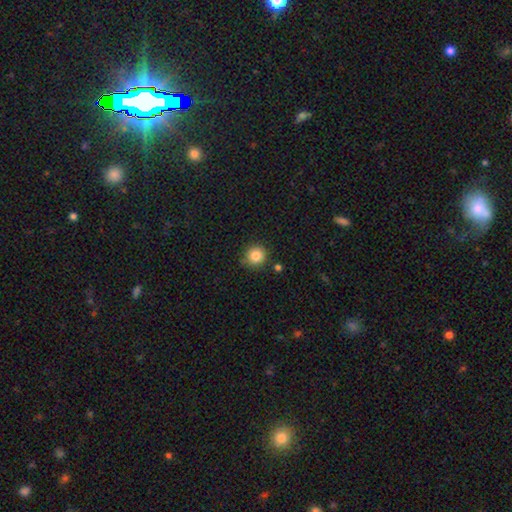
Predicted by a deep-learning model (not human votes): A smooth galaxy with no disk features (85%) that is round (93%).

Vote fractions:
- Smooth or featured? smooth: 85% / star or artifact: 11% / featured or disk: 5%
- How rounded? round: 93% / in between: 6% / cigar-shaped: 1%
- Merging? none: 83% / minor disturbance: 11% / merger: 4% / major disturbance: 3%